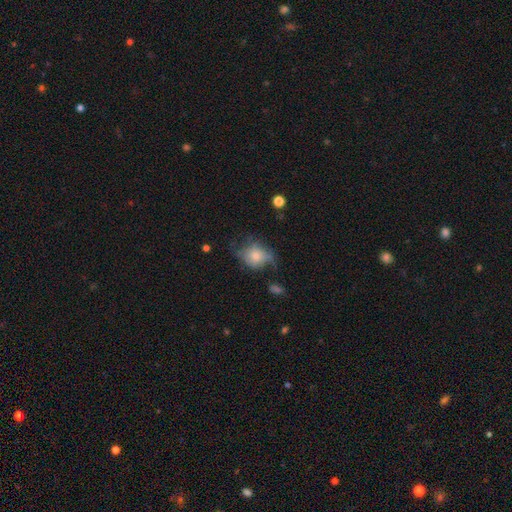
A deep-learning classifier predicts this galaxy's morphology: Smooth or featured? Predicted: smooth (p=0.61). How rounded? Predicted: round (p=0.57). Merging? Predicted: none (p=0.41).